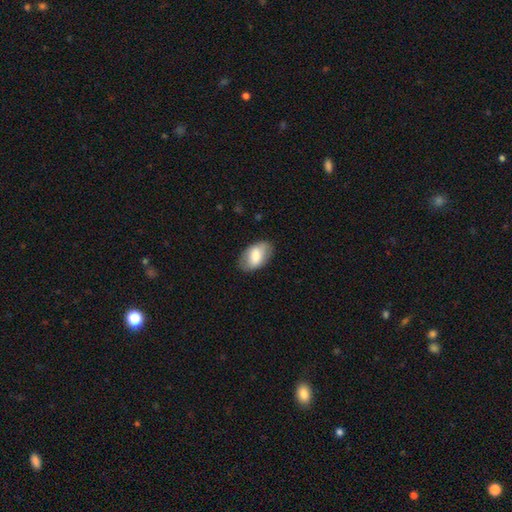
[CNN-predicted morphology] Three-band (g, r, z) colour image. It shows a smooth galaxy with no disk features (72%) that is in between round and cigar-shaped (94%). Merging: none (82%).